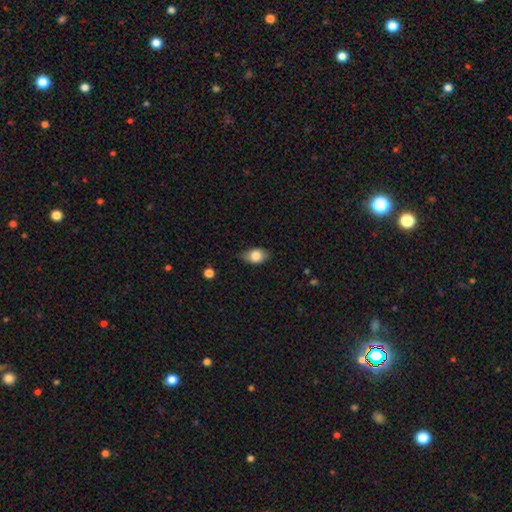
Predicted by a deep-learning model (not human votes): Smooth or featured: smooth — 81% (featured or disk — 11%)
How rounded: in between — 83% (round — 15%)
Merging: none — 74% (minor disturbance — 21%)